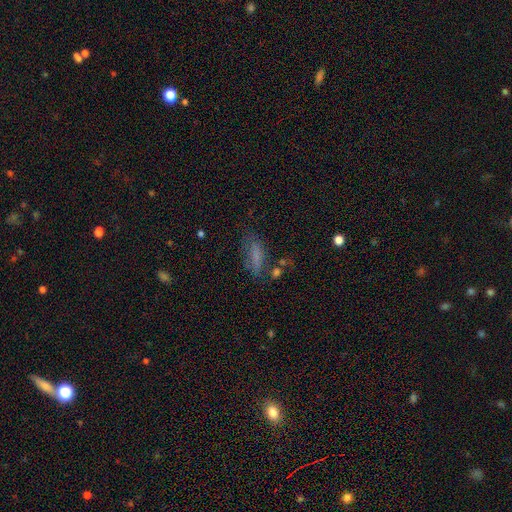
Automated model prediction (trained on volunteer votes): Smooth or featured: smooth — 67% (featured or disk — 20%)
How rounded: in between — 50% (cigar-shaped — 46%)
Merging: none — 57% (minor disturbance — 23%)